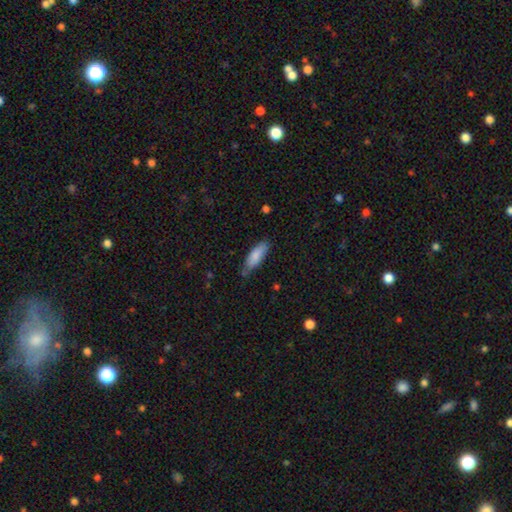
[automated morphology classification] Smooth or featured?
  - smooth: 83% *
  - featured or disk: 11%
  - star or artifact: 6%
How rounded?
  - in between: 61% *
  - cigar-shaped: 38%
  - round: 2%
Merging?
  - none: 69% *
  - minor disturbance: 24%
  - major disturbance: 4%
  - merger: 3%